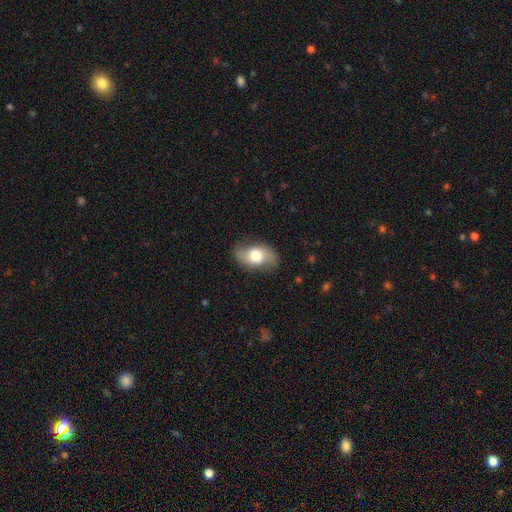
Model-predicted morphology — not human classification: Q: Smooth or featured?
A: smooth (52%); runner-up: featured or disk (41%)
Q: How rounded?
A: in between (88%); runner-up: round (9%)
Q: Merging?
A: none (77%); runner-up: minor disturbance (17%)